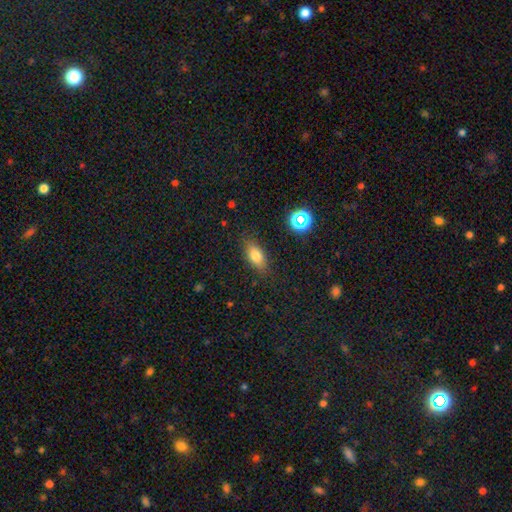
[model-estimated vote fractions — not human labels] This is likely a smooth galaxy (75%). How rounded: clearly in between (81%). Merging: clearly none (83%).